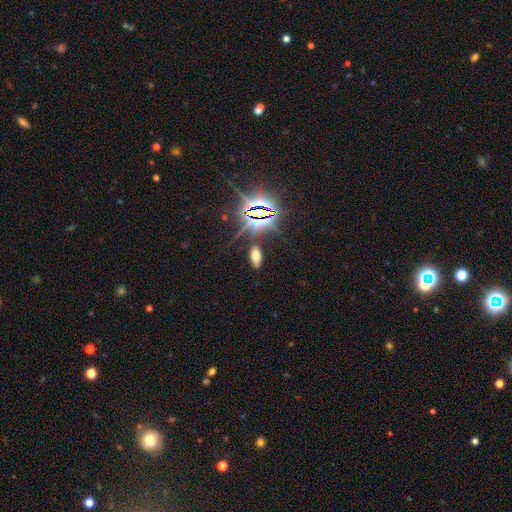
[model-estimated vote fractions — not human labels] smooth 54%, star or artifact 34%, featured or disk 12%. Down the decision tree: how rounded — in between (87%); merging — none (85%).